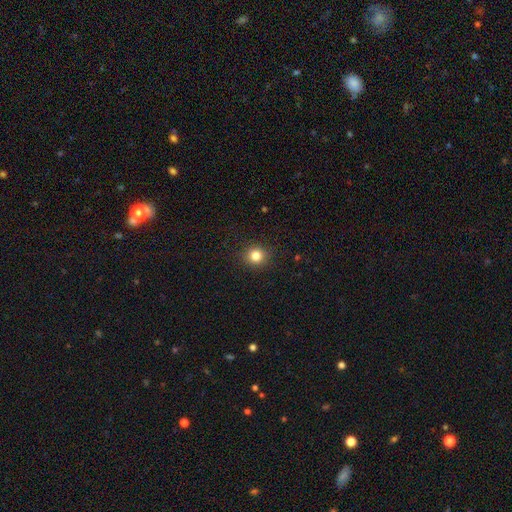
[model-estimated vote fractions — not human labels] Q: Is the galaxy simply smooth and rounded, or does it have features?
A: smooth — 82%.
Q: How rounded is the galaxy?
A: round — 90%.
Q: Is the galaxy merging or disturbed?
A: none — 91%.